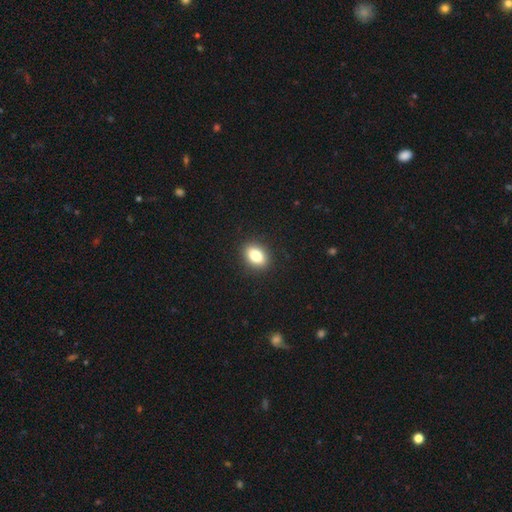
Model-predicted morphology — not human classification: This appears to be a smooth galaxy with no disk features (82%) that is in between round and cigar-shaped (78%). Merging: none (90%).